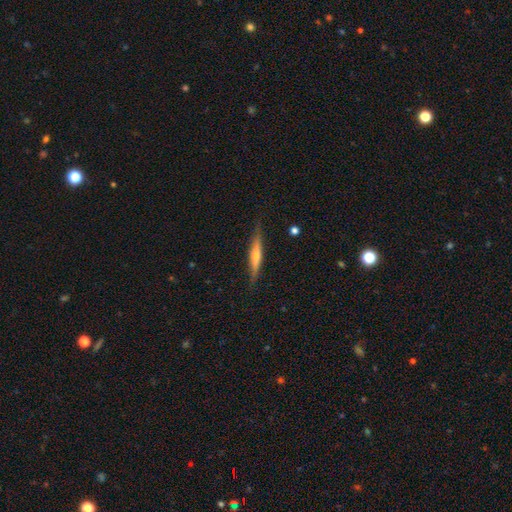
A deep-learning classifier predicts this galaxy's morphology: Overall: featured or disk (59%; smooth 35%). Edge-on disk: yes (95%). Edge-on bulge: rounded (77%). Merging: none (84%).